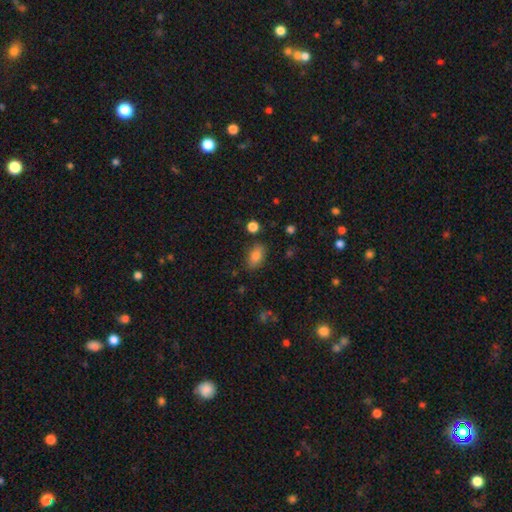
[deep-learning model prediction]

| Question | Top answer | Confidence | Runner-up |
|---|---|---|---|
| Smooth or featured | smooth | 81% | featured or disk (10%) |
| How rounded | in between | 88% | round (8%) |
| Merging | none | 81% | minor disturbance (13%) |